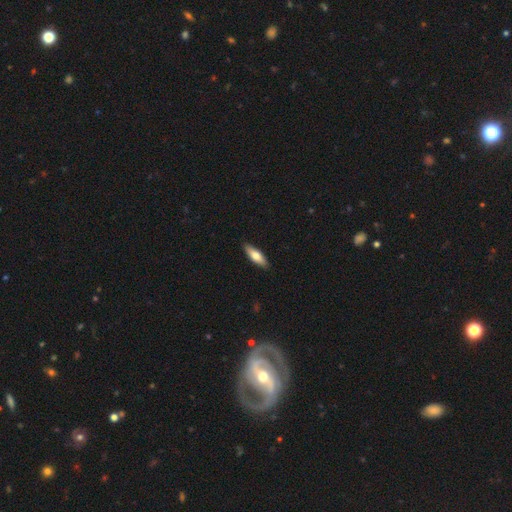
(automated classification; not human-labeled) A smooth galaxy with no disk features (67%) that is cigar-shaped (50%).

Vote fractions:
- Smooth or featured? smooth: 67% / featured or disk: 27% / star or artifact: 5%
- How rounded? cigar-shaped: 50% / in between: 48% / round: 2%
- Merging? none: 90% / minor disturbance: 8% / major disturbance: 2% / merger: 1%